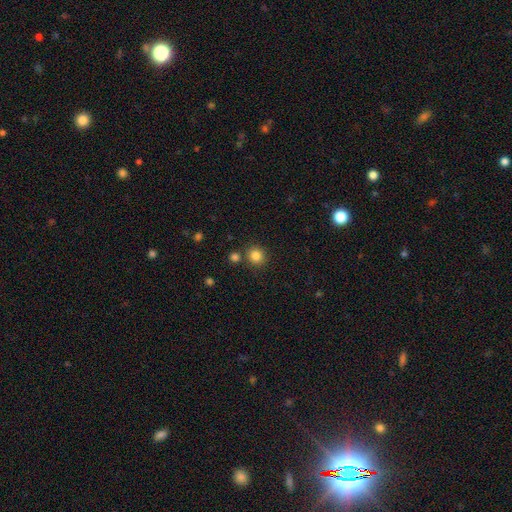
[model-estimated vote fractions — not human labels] A smooth galaxy with no disk features (83%) that is round (89%). Merging: none (81%).